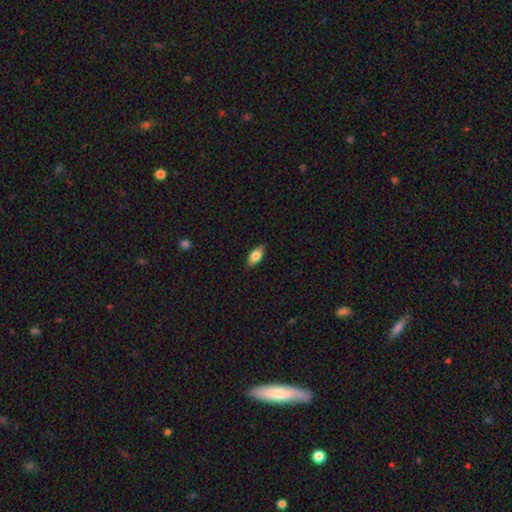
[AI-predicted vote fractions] Morphology: type=smooth (74%); roundness=in between (84%); merging=none (85%).